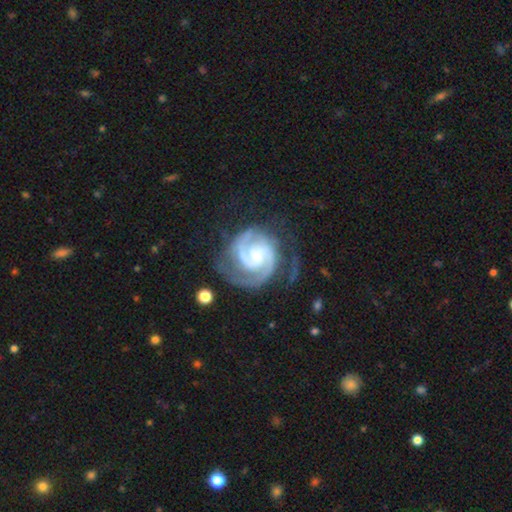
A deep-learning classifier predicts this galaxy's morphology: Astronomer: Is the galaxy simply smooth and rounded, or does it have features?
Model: featured or disk — 92%.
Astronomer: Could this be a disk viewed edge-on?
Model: no — 98%.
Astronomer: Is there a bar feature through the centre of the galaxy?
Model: no — 55% (runner-up: weak, 36%).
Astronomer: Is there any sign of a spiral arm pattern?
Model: yes — 98%.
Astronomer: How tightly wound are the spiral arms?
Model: tight — 57% (runner-up: medium, 37%).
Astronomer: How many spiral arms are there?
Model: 2 — 78%.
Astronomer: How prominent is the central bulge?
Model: small — 45% (runner-up: moderate, 24%).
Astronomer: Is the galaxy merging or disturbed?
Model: none — 64%.